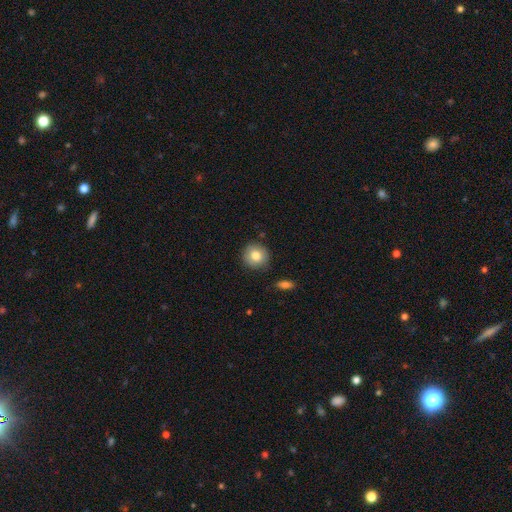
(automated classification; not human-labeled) This appears to be a smooth galaxy with no disk features (81%) that is round (91%). Merging: none (86%).